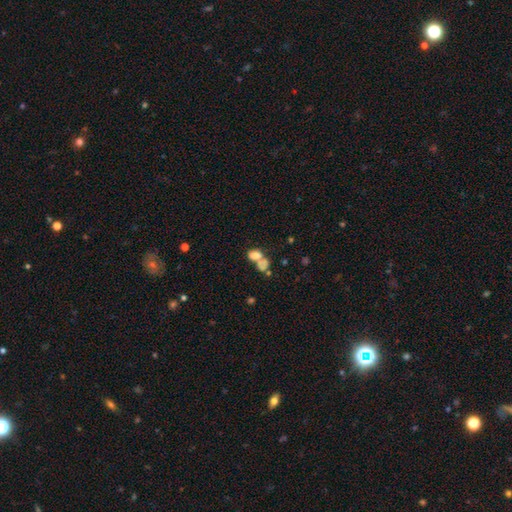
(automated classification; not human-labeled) Smooth or featured: smooth — 64% (featured or disk — 23%)
How rounded: in between — 76% (round — 22%)
Merging: merger — 60% (none — 20%)